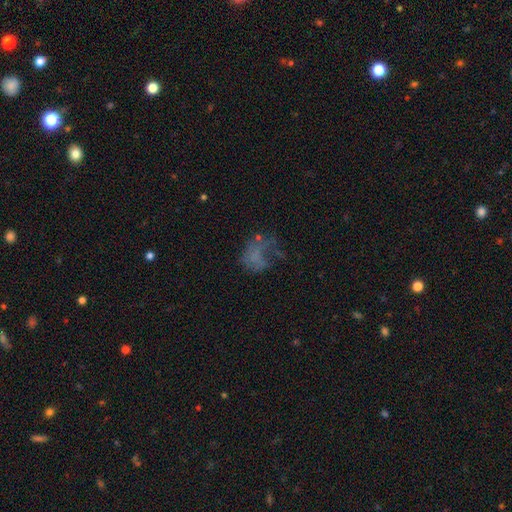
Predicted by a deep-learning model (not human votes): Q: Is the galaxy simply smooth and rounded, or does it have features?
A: featured or disk — 40%, tied with smooth.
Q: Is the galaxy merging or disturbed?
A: major disturbance — 47%.